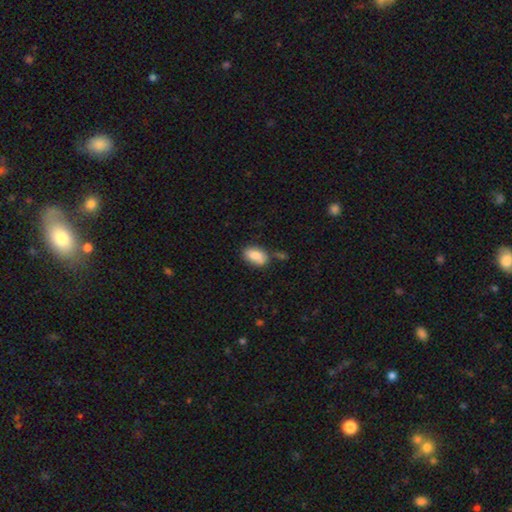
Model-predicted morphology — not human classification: This is clearly a smooth galaxy (85%). How rounded: clearly in between (90%). Merging: likely none (60%).